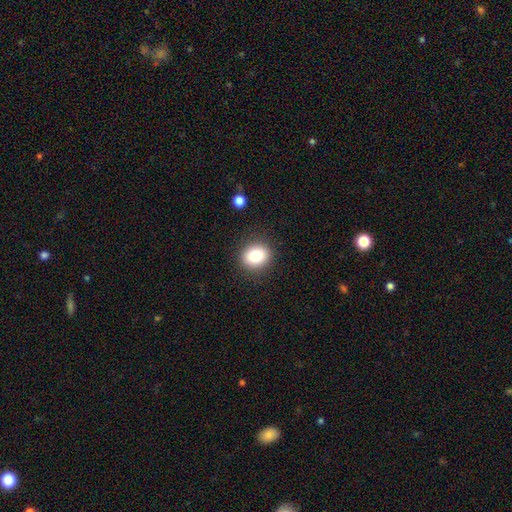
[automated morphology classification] A smooth galaxy with no disk features (82%) that is round (66%).

Vote fractions:
- Smooth or featured? smooth: 82% / star or artifact: 10% / featured or disk: 8%
- How rounded? round: 66% / in between: 33% / cigar-shaped: 1%
- Merging? none: 88% / minor disturbance: 8% / major disturbance: 3% / merger: 1%